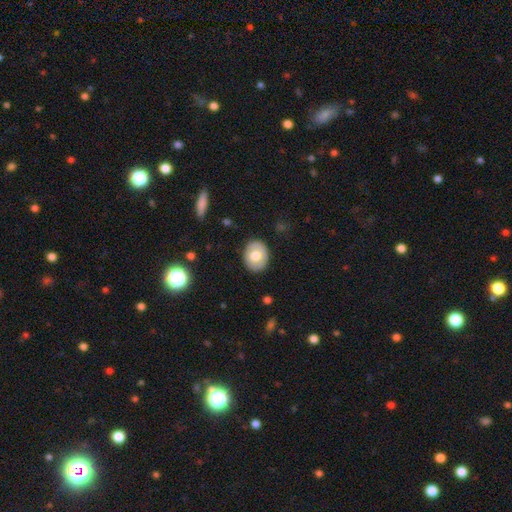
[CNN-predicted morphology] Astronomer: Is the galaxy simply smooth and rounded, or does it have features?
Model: smooth — 69%.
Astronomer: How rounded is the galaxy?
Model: round — 50% (runner-up: in between, 49%).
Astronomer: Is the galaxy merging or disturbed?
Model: none — 88%.